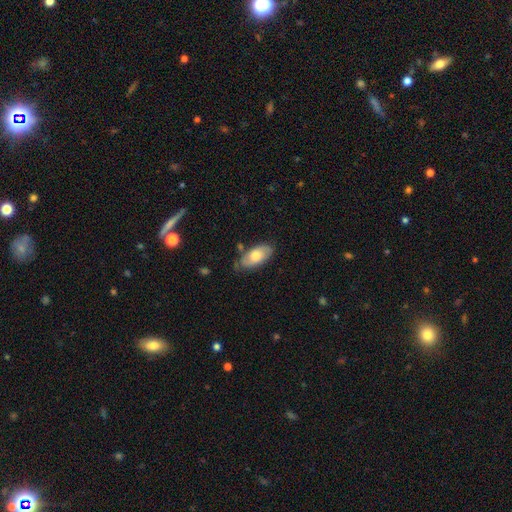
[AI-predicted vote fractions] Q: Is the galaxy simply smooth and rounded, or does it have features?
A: smooth — 61%.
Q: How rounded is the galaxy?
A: in between — 92%.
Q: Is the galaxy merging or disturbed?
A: none — 68%.